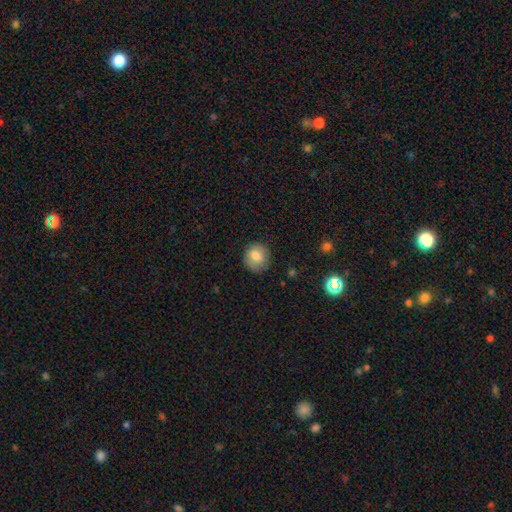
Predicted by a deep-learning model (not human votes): A smooth galaxy with no disk features (82%) that is round (85%).

Vote fractions:
- Smooth or featured? smooth: 82% / featured or disk: 10% / star or artifact: 9%
- How rounded? round: 85% / in between: 14% / cigar-shaped: 1%
- Merging? none: 82% / minor disturbance: 13% / major disturbance: 3% / merger: 1%